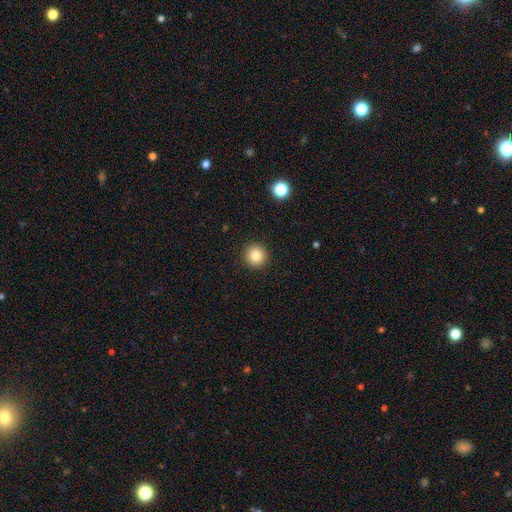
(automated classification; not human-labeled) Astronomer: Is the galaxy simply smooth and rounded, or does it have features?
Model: smooth — 82%.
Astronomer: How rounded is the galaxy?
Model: round — 95%.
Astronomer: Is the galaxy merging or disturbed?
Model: none — 93%.